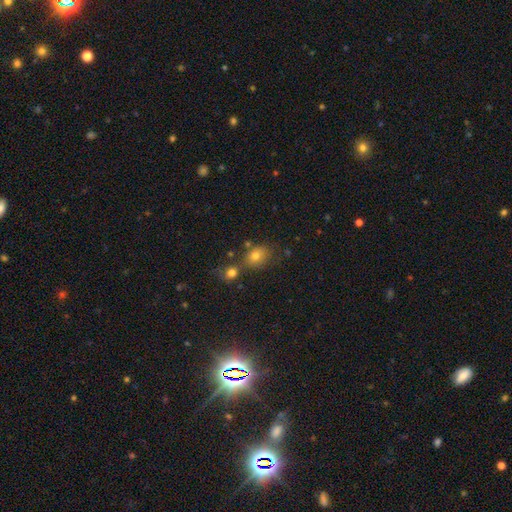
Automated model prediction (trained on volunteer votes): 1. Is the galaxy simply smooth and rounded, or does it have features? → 76% smooth, 14% star or artifact, 10% featured or disk.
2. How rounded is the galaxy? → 56% in between, 43% round, 1% cigar-shaped.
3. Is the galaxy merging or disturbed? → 57% none, 24% merger, 13% minor disturbance, 5% major disturbance.